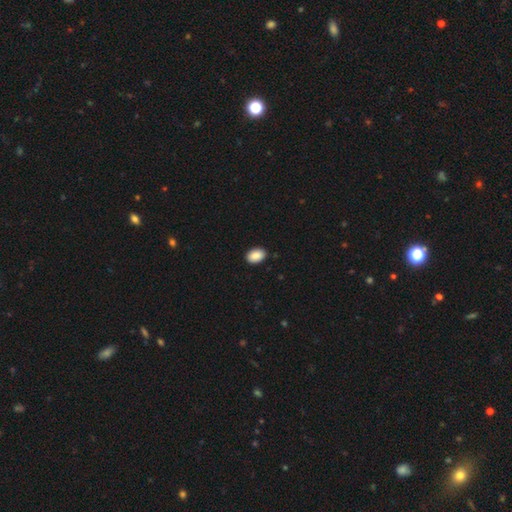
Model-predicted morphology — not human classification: Smooth or featured? smooth (89%)
How rounded? in between (84%)
Merging? none (90%)